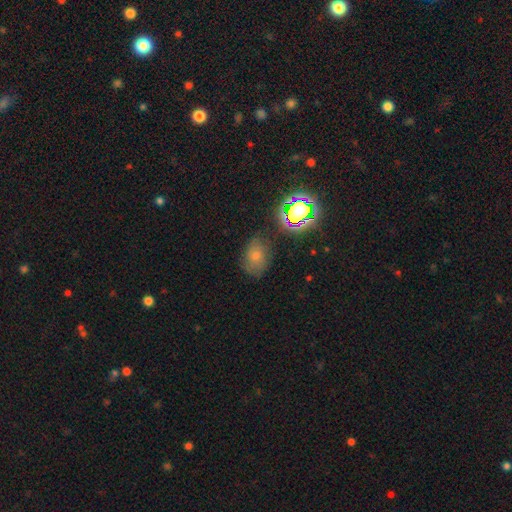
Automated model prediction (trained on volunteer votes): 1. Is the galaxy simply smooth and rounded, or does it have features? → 46% smooth, 33% star or artifact, 21% featured or disk.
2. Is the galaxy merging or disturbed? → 72% none, 19% minor disturbance, 7% major disturbance, 3% merger.